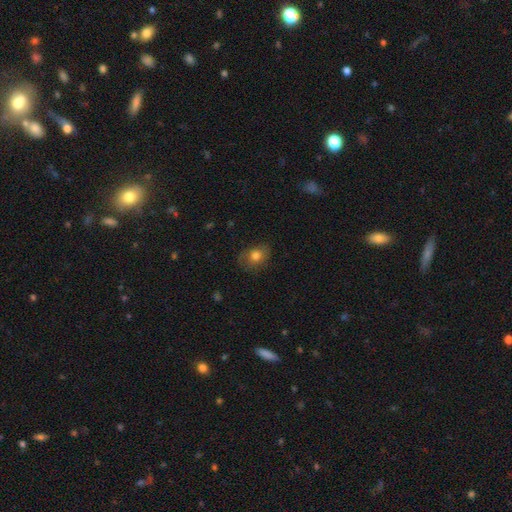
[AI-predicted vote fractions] A smooth galaxy with no disk features (73%) that is in between round and cigar-shaped (52%).

Vote fractions:
- Smooth or featured? smooth: 73% / featured or disk: 16% / star or artifact: 10%
- How rounded? in between: 52% / round: 47% / cigar-shaped: 1%
- Merging? none: 73% / minor disturbance: 20% / major disturbance: 6% / merger: 1%